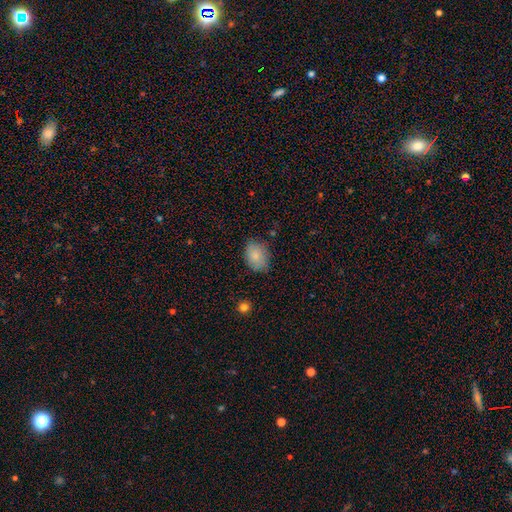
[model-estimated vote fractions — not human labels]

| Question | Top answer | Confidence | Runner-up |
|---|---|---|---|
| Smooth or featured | smooth | 84% | featured or disk (9%) |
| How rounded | in between | 73% | round (26%) |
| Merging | none | 79% | minor disturbance (17%) |